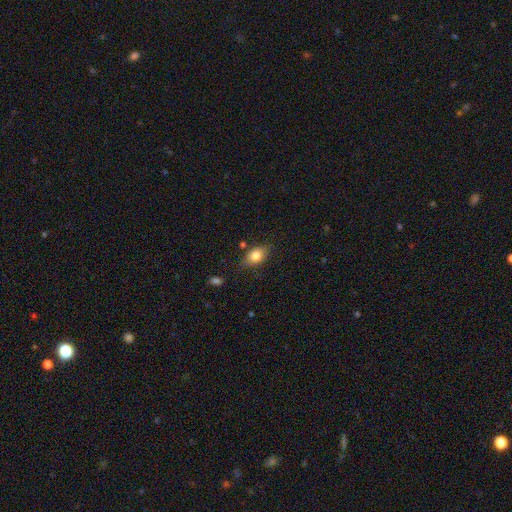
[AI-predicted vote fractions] This is likely a smooth galaxy (78%). How rounded: likely in between (79%). Merging: likely none (76%).